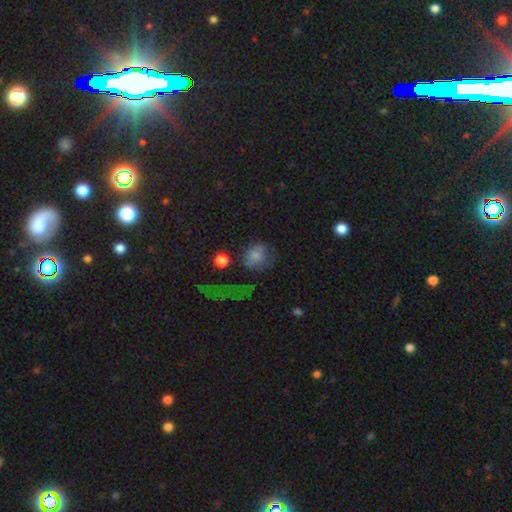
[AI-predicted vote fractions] A smooth galaxy with no disk features (70%) that is round (72%).

Vote fractions:
- Smooth or featured? smooth: 70% / featured or disk: 15% / star or artifact: 15%
- How rounded? round: 72% / in between: 26% / cigar-shaped: 2%
- Merging? none: 51% / minor disturbance: 23% / major disturbance: 19% / merger: 7%